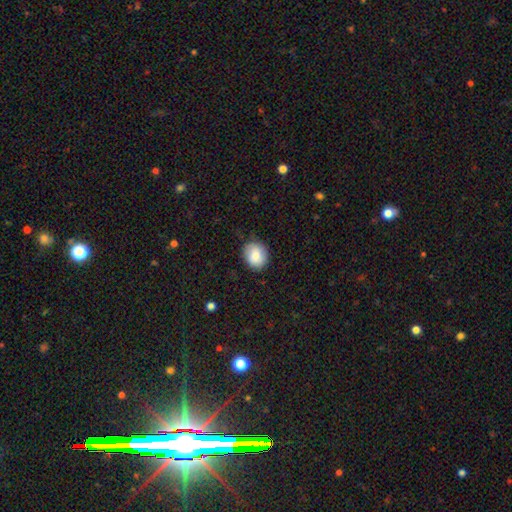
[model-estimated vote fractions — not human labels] smooth 81%, featured or disk 11%, star or artifact 8%. Down the decision tree: how rounded — round (70%); merging — none (83%).